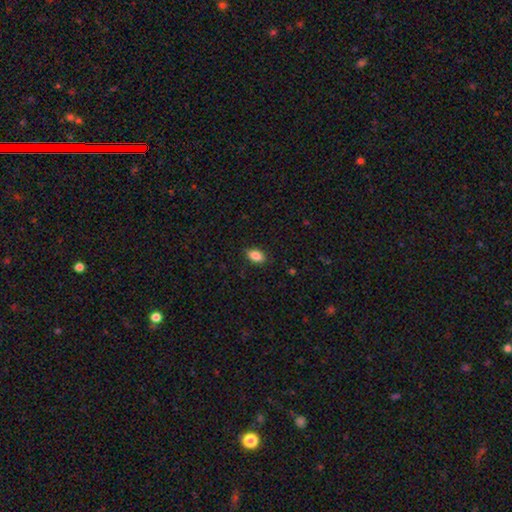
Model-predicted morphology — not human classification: The model was most divided on "merging": none: 86%, minor disturbance: 11%, major disturbance: 2%, merger: 1%. More confident: how rounded — in between (89%); smooth or featured — smooth (86%).